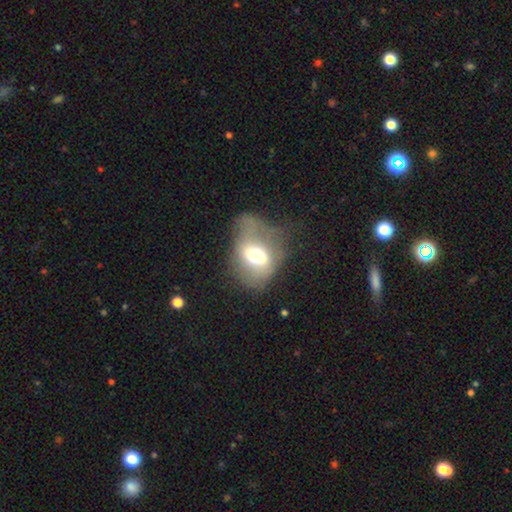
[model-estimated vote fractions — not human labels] Q: Smooth or featured?
A: smooth (55%); runner-up: featured or disk (34%)
Q: How rounded?
A: in between (58%); runner-up: round (41%)
Q: Merging?
A: none (36%); runner-up: major disturbance (33%)